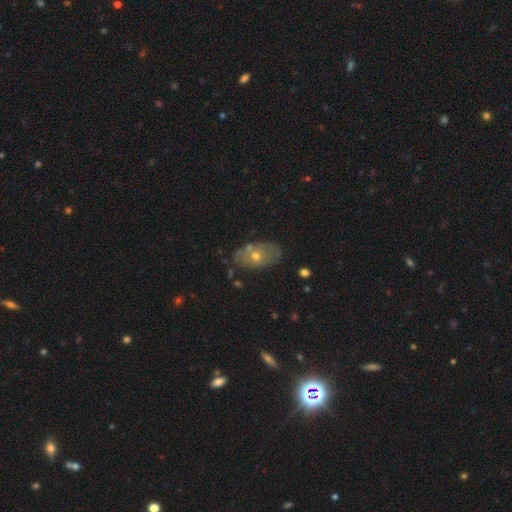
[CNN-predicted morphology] Smooth or featured?
  - smooth: 48% *
  - featured or disk: 42%
  - star or artifact: 10%
Merging?
  - none: 72% *
  - minor disturbance: 18%
  - merger: 5%
  - major disturbance: 5%